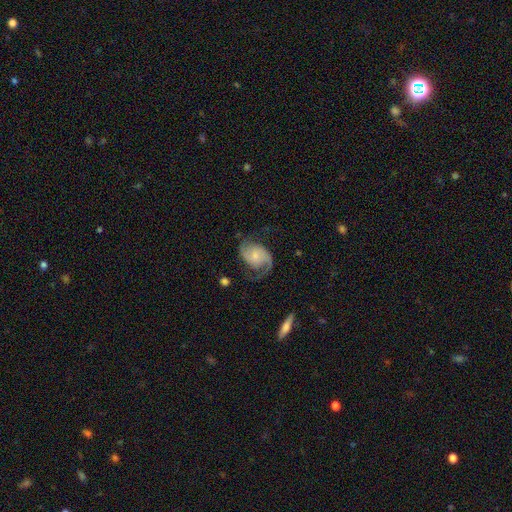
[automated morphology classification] type=featured or disk (87%); edge-on=no (98%); bar=no (59%); spiral arms=yes (97%); winding=medium (49%); arm count=2 (91%); bulge=small (55%); merging=none (69%).